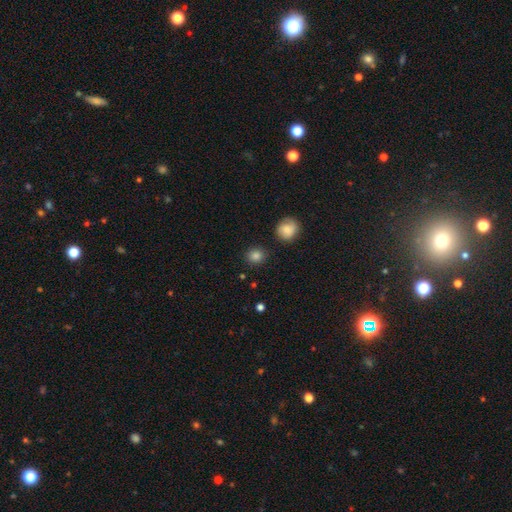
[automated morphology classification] smooth_or_featured: smooth (p=0.85) [alt: star or artifact p=0.10]
how_rounded: round (p=0.86) [alt: in between p=0.13]
merging: none (p=0.87) [alt: minor disturbance p=0.08]